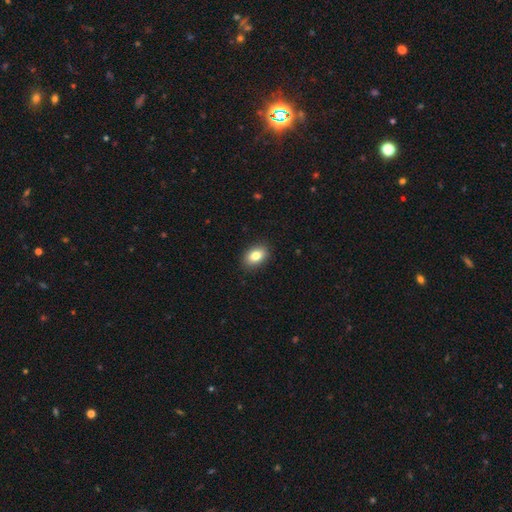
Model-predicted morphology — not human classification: smooth-or-featured: smooth: 83% | featured or disk: 8% | star or artifact: 8%
  how-rounded: in between: 84% | round: 14% | cigar-shaped: 1%
  merging: none: 89% | minor disturbance: 8% | major disturbance: 2% | merger: 1%